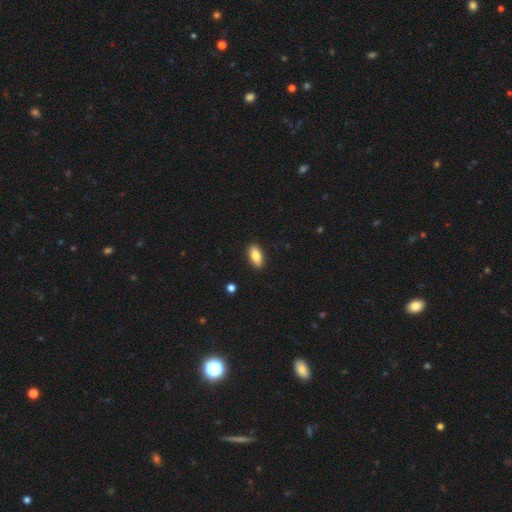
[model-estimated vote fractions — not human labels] smooth 79%, featured or disk 14%, star or artifact 7%. Down the decision tree: how rounded — in between (82%); merging — none (90%).